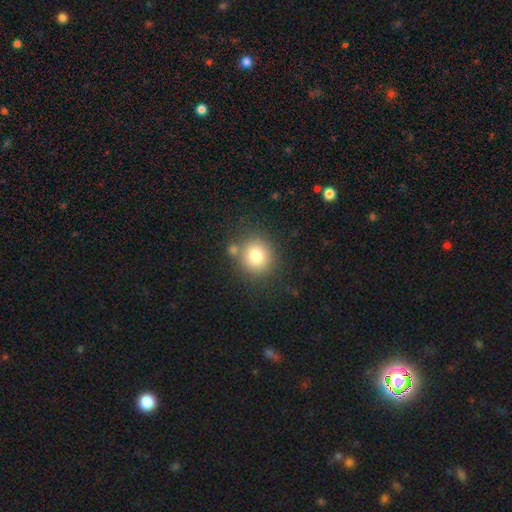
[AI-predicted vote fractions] A smooth galaxy with no disk features (80%) that is round (86%).

Vote fractions:
- Smooth or featured? smooth: 80% / star or artifact: 10% / featured or disk: 9%
- How rounded? round: 86% / in between: 13% / cigar-shaped: 1%
- Merging? none: 73% / merger: 12% / minor disturbance: 11% / major disturbance: 4%